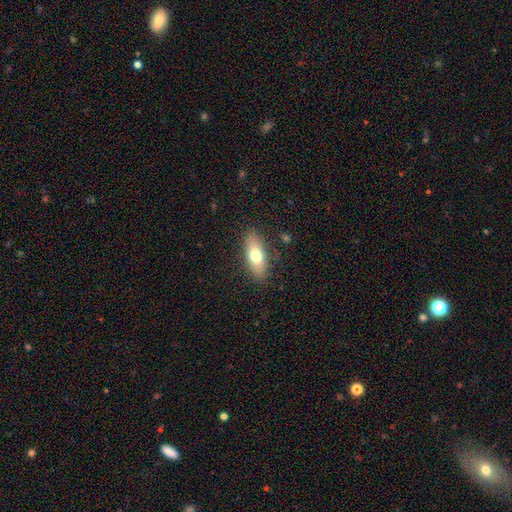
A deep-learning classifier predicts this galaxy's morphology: The model was most divided on "smooth or featured": smooth: 70%, featured or disk: 23%, star or artifact: 7%. More confident: merging — none (86%); how rounded — in between (73%).